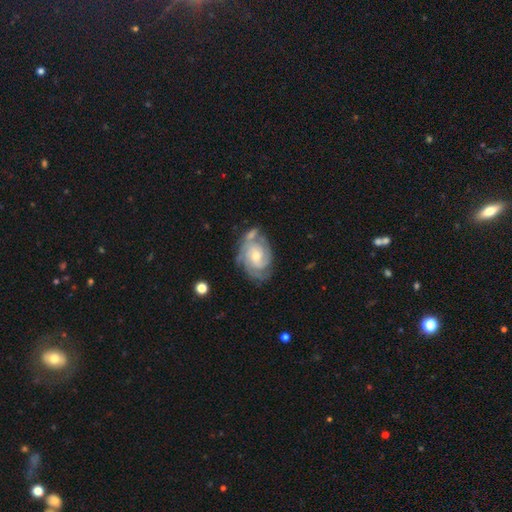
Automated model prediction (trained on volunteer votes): This appears to be a featured or disk galaxy (84%) with no bar (65%), 3 (33%) tight (64%) spiral arms (96%) and a moderate central bulge (52%). Merging: none (61%).